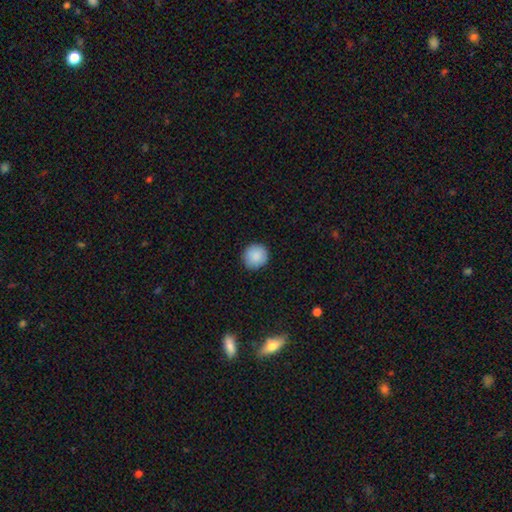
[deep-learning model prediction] This appears to be a smooth galaxy with no disk features (90%) that is round (93%). Merging: none (91%).